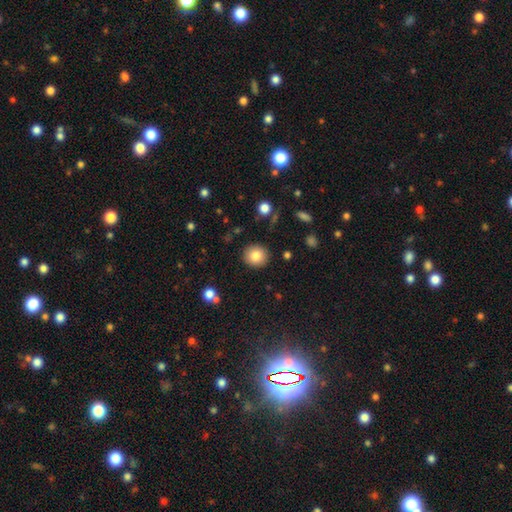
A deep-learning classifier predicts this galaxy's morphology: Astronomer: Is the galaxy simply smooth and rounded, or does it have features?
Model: smooth — 83%.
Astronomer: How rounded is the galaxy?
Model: round — 89%.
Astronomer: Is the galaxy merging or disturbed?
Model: none — 90%.